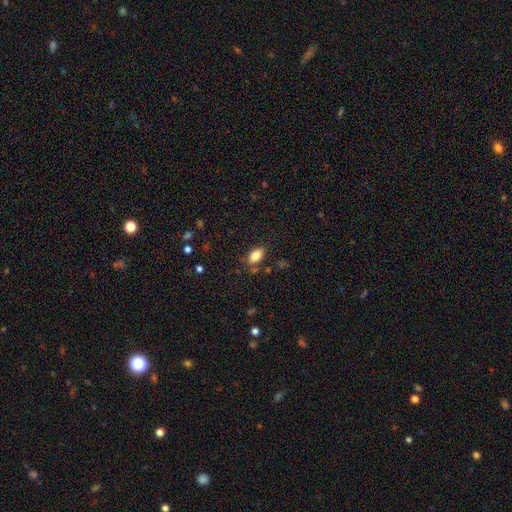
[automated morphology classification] smooth-or-featured: smooth: 82% | featured or disk: 9% | star or artifact: 9%
  how-rounded: in between: 90% | round: 7% | cigar-shaped: 3%
  merging: none: 80% | minor disturbance: 13% | merger: 4% | major disturbance: 3%